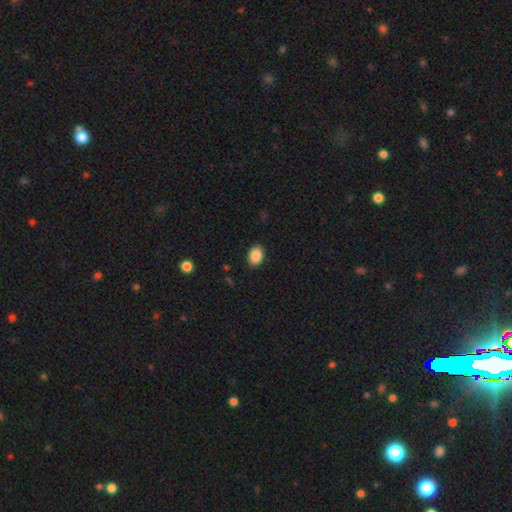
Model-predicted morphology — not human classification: type=smooth (88%); roundness=in between (76%); merging=none (88%).